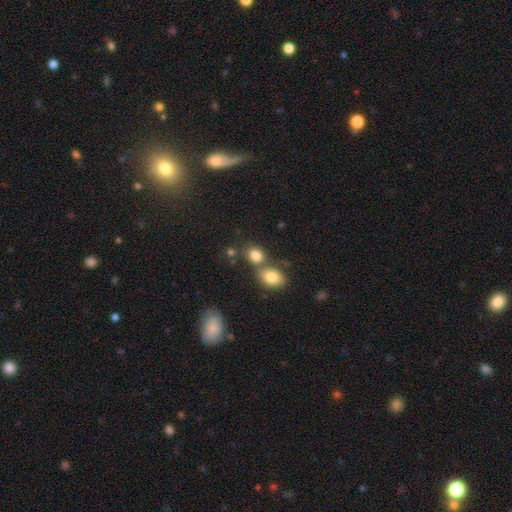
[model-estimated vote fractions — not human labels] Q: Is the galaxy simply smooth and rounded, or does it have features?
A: smooth — 82%.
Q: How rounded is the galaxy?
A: in between — 63%.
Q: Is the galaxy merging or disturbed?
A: none — 48%.